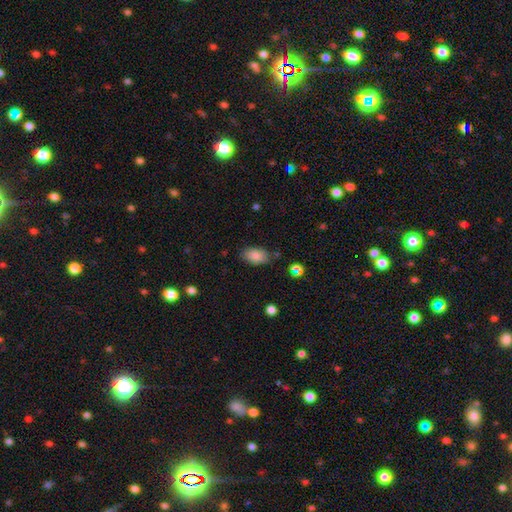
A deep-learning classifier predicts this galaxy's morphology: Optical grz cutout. It shows a smooth galaxy with no disk features (85%) that is in between round and cigar-shaped (91%). Merging: none (79%).